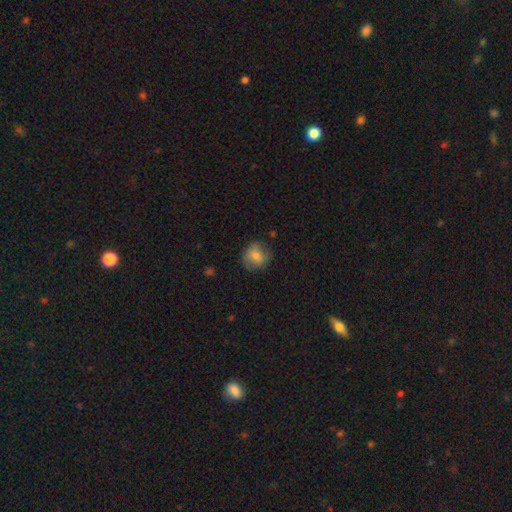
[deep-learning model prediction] smooth 73%, featured or disk 19%, star or artifact 9%. Down the decision tree: how rounded — round (79%); merging — none (76%).